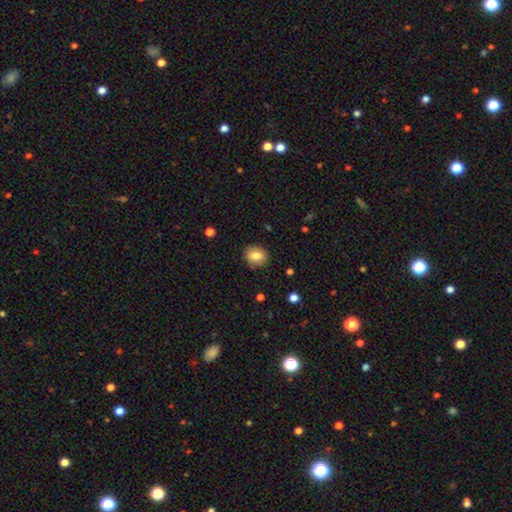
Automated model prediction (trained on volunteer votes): Smooth or featured? Predicted: smooth (p=0.81). How rounded? Predicted: round (p=0.59). Merging? Predicted: none (p=0.86).